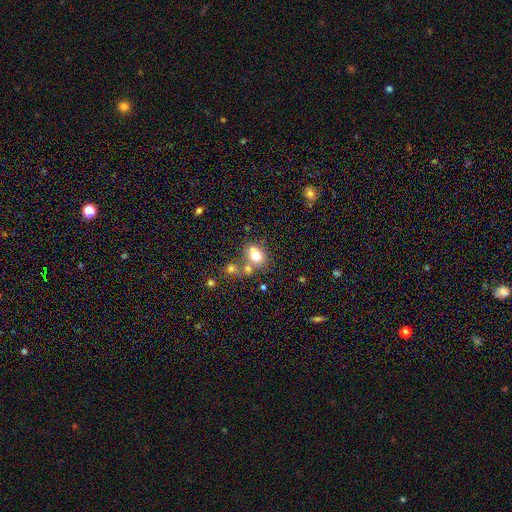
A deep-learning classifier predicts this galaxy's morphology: This appears to be a smooth galaxy with no disk features (73%) that is in between round and cigar-shaped (60%). Merging: none (43%).